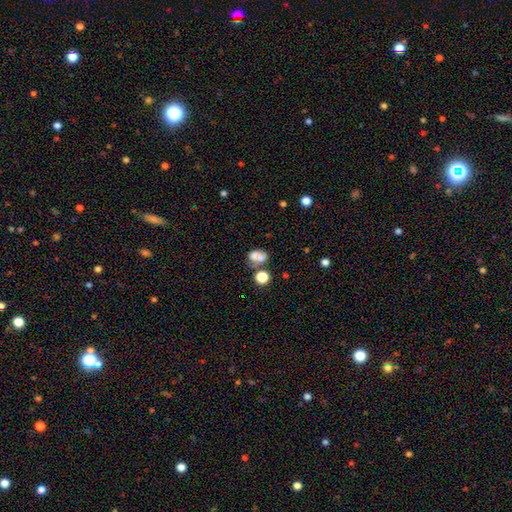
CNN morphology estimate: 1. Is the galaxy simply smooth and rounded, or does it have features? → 71% smooth, 15% featured or disk, 14% star or artifact.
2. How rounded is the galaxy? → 72% in between, 26% round, 1% cigar-shaped.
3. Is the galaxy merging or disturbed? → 41% none, 30% merger, 19% minor disturbance, 10% major disturbance.